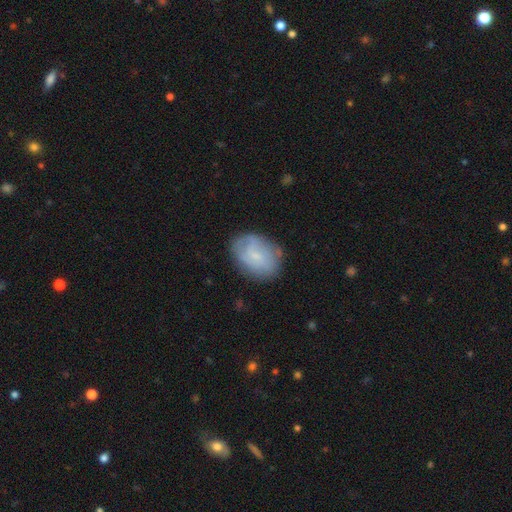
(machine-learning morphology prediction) smooth-or-featured: smooth: 48% | featured or disk: 45% | star or artifact: 8%
  merging: none: 72% | minor disturbance: 20% | major disturbance: 7% | merger: 1%